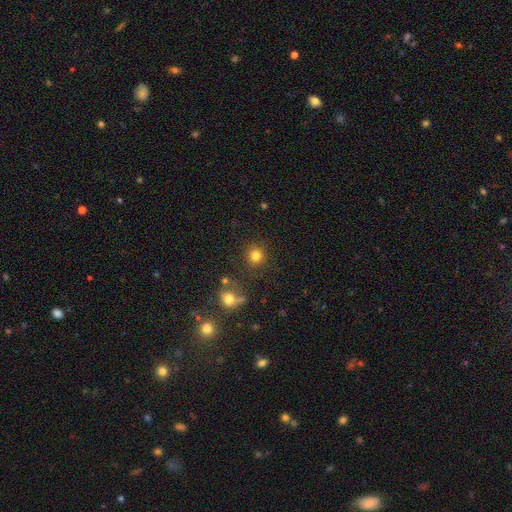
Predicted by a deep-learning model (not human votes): Overall: smooth (81%). How rounded: round (91%). Merging: none (85%).